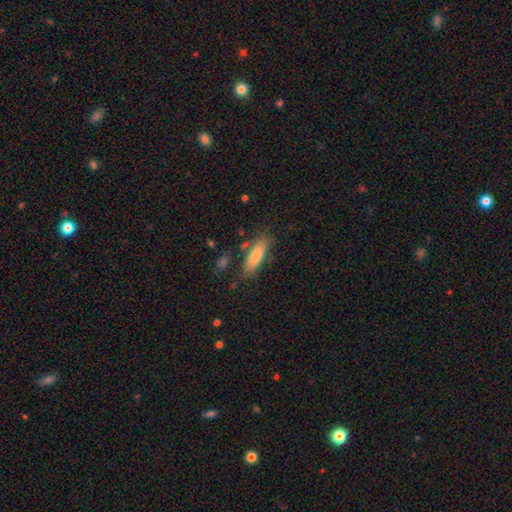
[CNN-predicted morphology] This is likely a smooth galaxy (77%). How rounded: possibly in between (50%). Merging: likely none (75%).